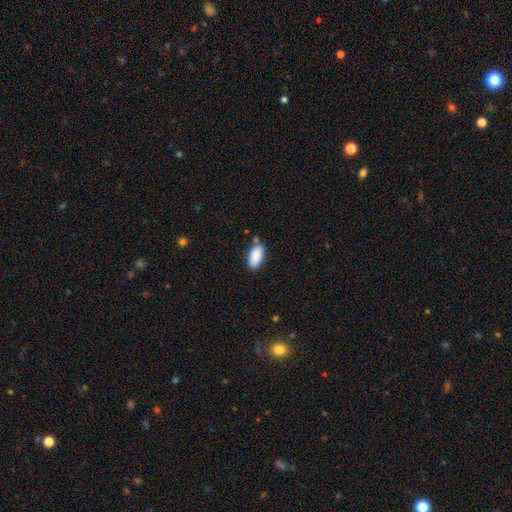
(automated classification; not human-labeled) Smooth or featured? Predicted: smooth (p=0.89). How rounded? Predicted: in between (p=0.94). Merging? Predicted: none (p=0.75).